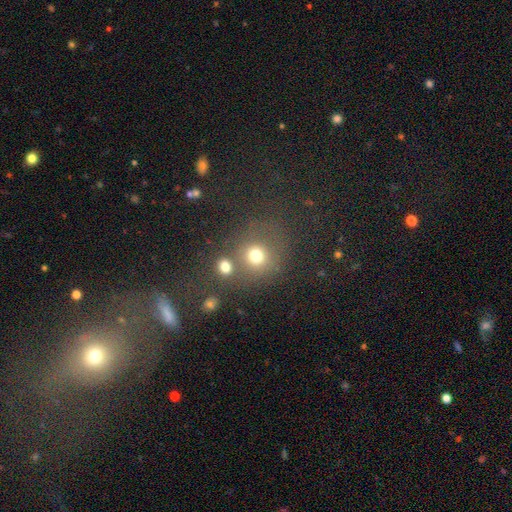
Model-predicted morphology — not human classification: smooth_or_featured: smooth (p=0.72) [alt: star or artifact p=0.18]
how_rounded: round (p=0.84) [alt: in between p=0.15]
merging: none (p=0.58) [alt: merger p=0.23]